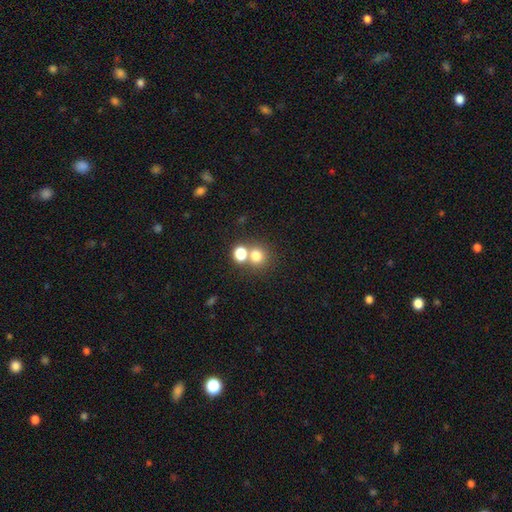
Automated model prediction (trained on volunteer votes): Overall: smooth (74%). How rounded: round (87%). Merging: none (57%; merger 33%).